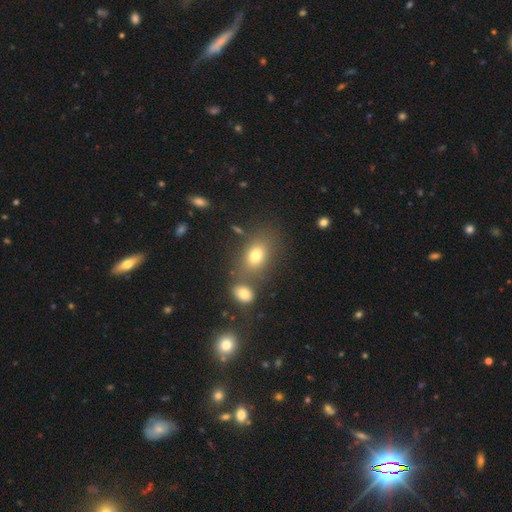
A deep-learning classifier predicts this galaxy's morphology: Smooth or featured? smooth (74%)
How rounded? in between (71%)
Merging? none (64%)